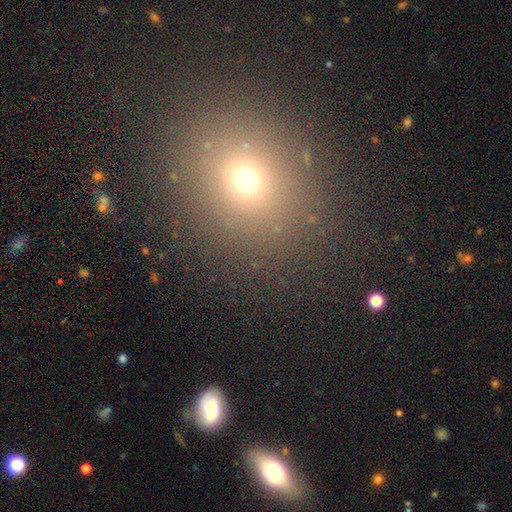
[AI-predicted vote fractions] Smooth or featured? Predicted: smooth (p=0.65). How rounded? Predicted: round (p=0.74). Merging? Predicted: none (p=0.87).